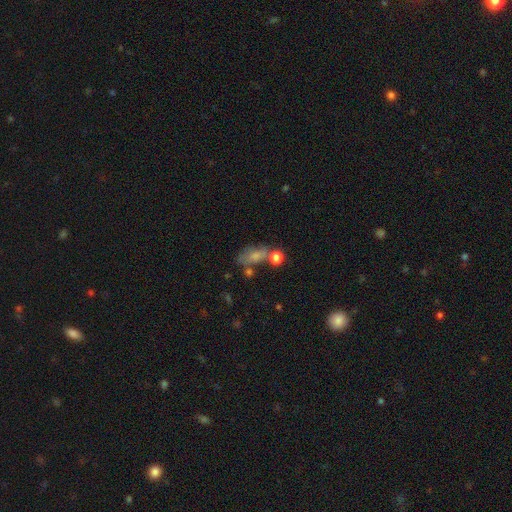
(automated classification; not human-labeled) Q: Smooth or featured?
A: smooth (67%); runner-up: featured or disk (19%)
Q: How rounded?
A: in between (80%); runner-up: round (13%)
Q: Merging?
A: none (39%); runner-up: merger (23%)